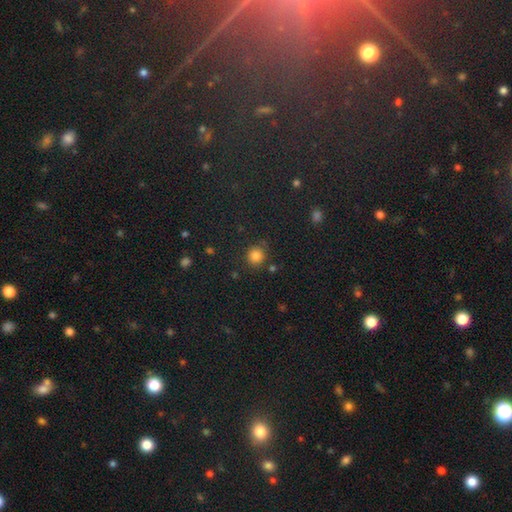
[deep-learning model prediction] The model was most divided on "smooth or featured": smooth: 82%, star or artifact: 13%, featured or disk: 5%. More confident: how rounded — round (91%); merging — none (83%).